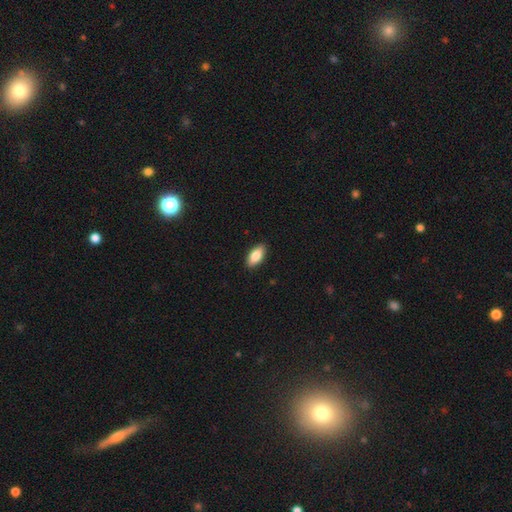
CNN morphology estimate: type=smooth (83%); roundness=in between (90%); merging=none (90%).